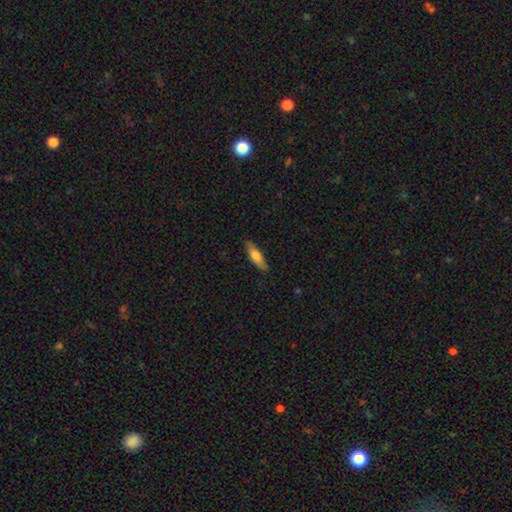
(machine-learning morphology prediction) Smooth or featured? Predicted: smooth (p=0.65). How rounded? Predicted: cigar-shaped (p=0.65). Merging? Predicted: none (p=0.87).